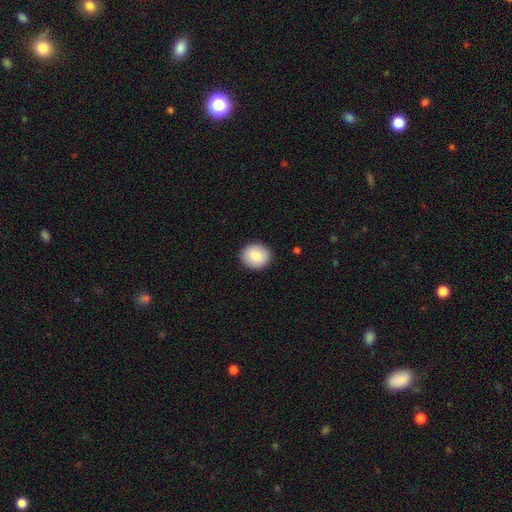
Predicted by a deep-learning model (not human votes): This is clearly a smooth galaxy (85%). How rounded: likely round (76%). Merging: clearly none (90%).